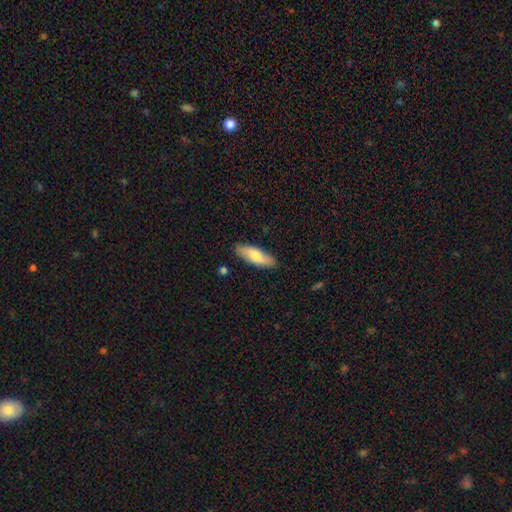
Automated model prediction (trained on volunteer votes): smooth 74%, featured or disk 21%, star or artifact 5%. Down the decision tree: how rounded — in between (58%); merging — none (87%).